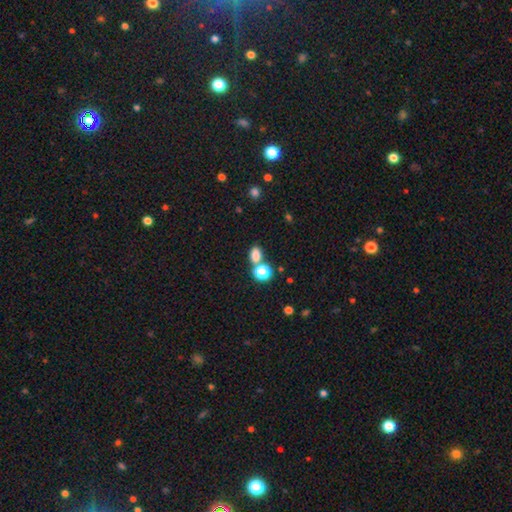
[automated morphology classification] Smooth or featured? Predicted: smooth (p=0.78). How rounded? Predicted: in between (p=0.72). Merging? Predicted: none (p=0.56).